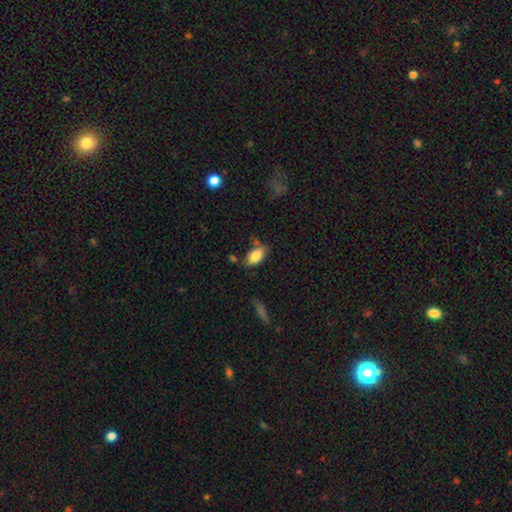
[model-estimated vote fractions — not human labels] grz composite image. It shows a smooth galaxy with no disk features (84%) that is in between round and cigar-shaped (92%). Merging: none (68%).